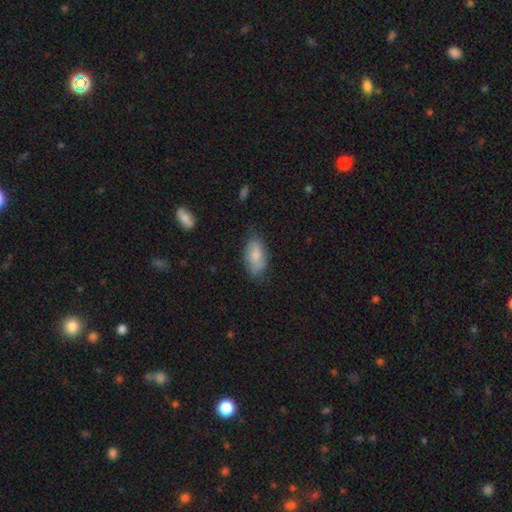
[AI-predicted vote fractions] Morphology: type=smooth (77%); roundness=in between (92%); merging=none (69%).